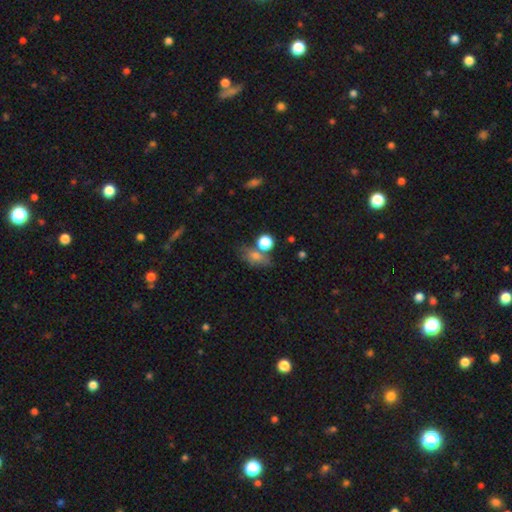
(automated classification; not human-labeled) A smooth galaxy with no disk features (67%) that is in between round and cigar-shaped (65%). Merging: none (55%).